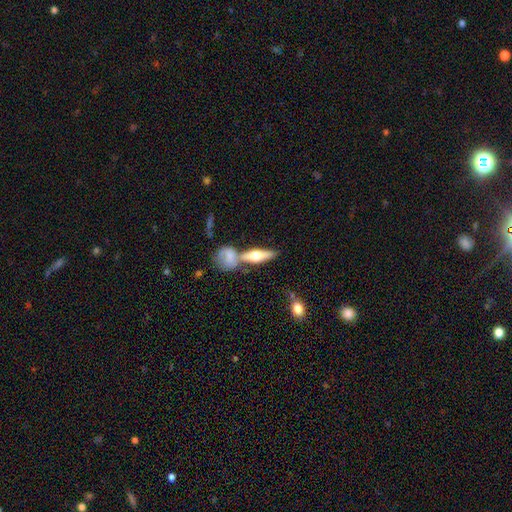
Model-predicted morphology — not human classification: Smooth or featured?
  - featured or disk: 53% *
  - smooth: 41%
  - star or artifact: 7%
Edge-on disk?
  - yes: 88% *
  - no: 12%
Merging?
  - none: 53% *
  - merger: 30%
  - minor disturbance: 12%
  - major disturbance: 5%